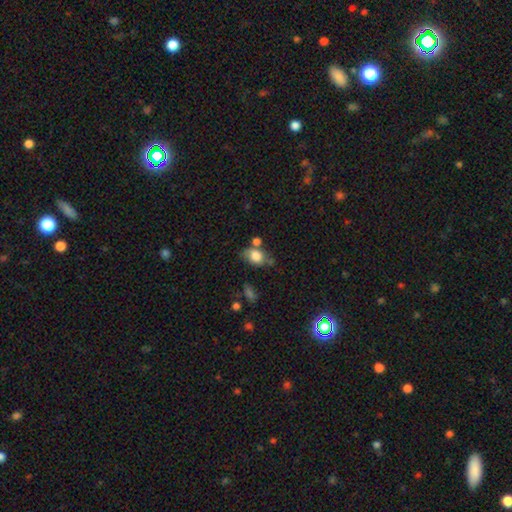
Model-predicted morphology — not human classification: smooth_or_featured: smooth (p=0.77) [alt: featured or disk p=0.13]
how_rounded: in between (p=0.68) [alt: round p=0.31]
merging: none (p=0.48) [alt: minor disturbance p=0.23]